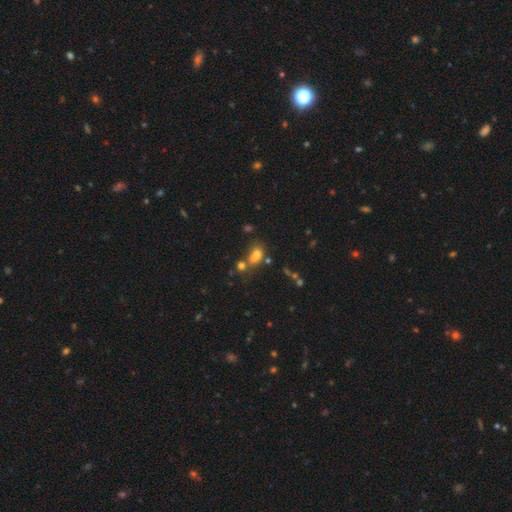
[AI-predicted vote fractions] Morphology: type=smooth (63%); roundness=in between (52%); merging=merger (54%).